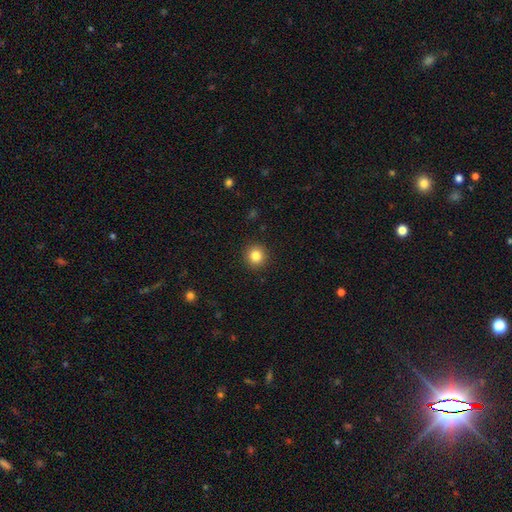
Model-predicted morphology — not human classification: A smooth galaxy with no disk features (84%) that is round (93%). Merging: none (92%).